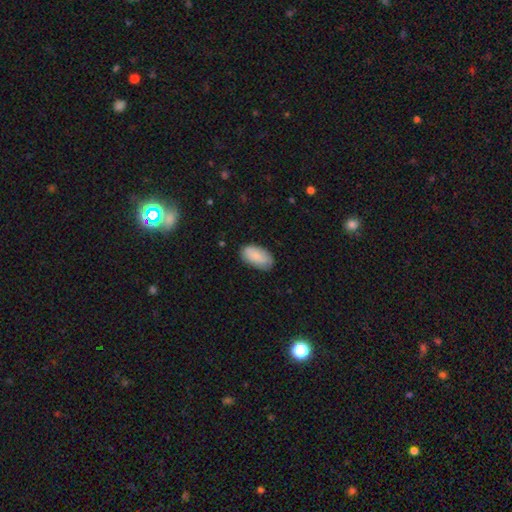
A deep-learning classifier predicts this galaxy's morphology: The model was most divided on "merging": none: 82%, minor disturbance: 14%, major disturbance: 3%, merger: 1%. More confident: how rounded — in between (95%); smooth or featured — smooth (86%).